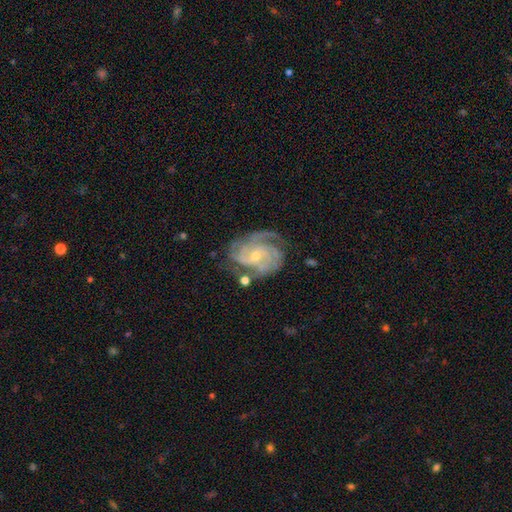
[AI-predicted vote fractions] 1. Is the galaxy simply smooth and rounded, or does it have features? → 88% featured or disk, 6% star or artifact, 6% smooth.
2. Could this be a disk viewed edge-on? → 98% no, 2% yes.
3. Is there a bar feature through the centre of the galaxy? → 60% no, 32% weak, 8% strong.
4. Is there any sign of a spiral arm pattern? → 97% yes, 3% no.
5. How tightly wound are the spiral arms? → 63% tight, 31% medium, 6% loose.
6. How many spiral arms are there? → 37% 3, 18% 4, 17% can't tell, 16% 2, 6% more than 4, 6% 1.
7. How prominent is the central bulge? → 63% small, 33% moderate, 2% none, 1% large, 1% dominant.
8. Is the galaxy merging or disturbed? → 65% none, 21% minor disturbance, 9% major disturbance, 5% merger.